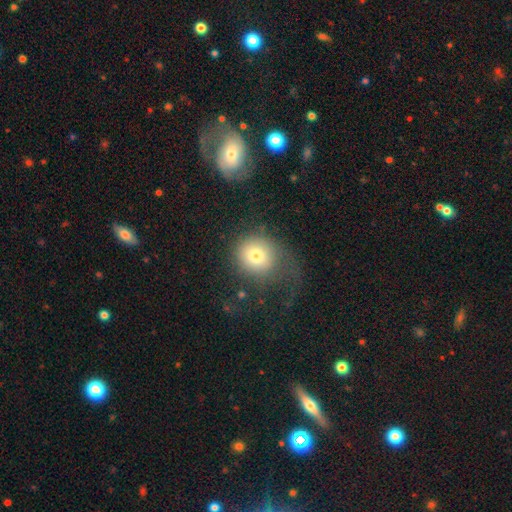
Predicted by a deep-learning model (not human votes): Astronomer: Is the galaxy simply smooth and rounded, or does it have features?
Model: smooth — 74%.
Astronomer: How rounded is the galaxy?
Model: round — 82%.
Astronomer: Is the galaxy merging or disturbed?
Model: none — 42% (runner-up: major disturbance, 36%).